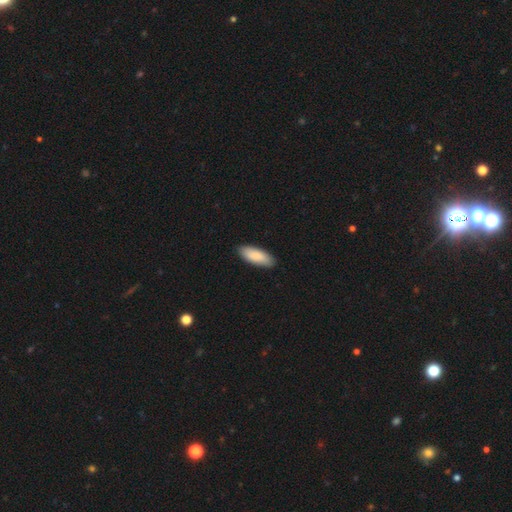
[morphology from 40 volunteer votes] Overall: smooth (92%). How rounded: in between (76%). Merging: none (85%).